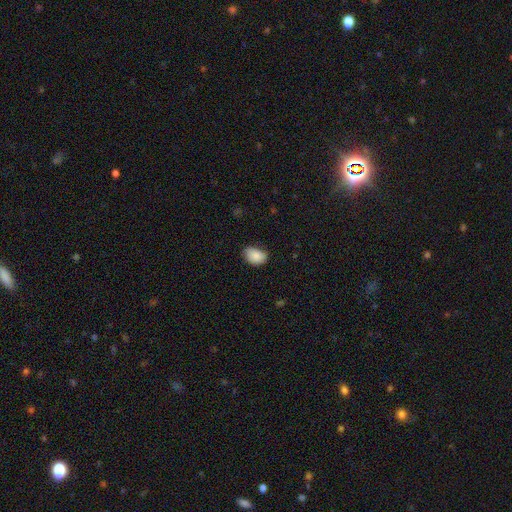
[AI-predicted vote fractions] A smooth galaxy with no disk features (87%) that is in between round and cigar-shaped (81%).

Vote fractions:
- Smooth or featured? smooth: 87% / star or artifact: 7% / featured or disk: 6%
- How rounded? in between: 81% / round: 18% / cigar-shaped: 1%
- Merging? none: 60% / minor disturbance: 33% / major disturbance: 6% / merger: 1%